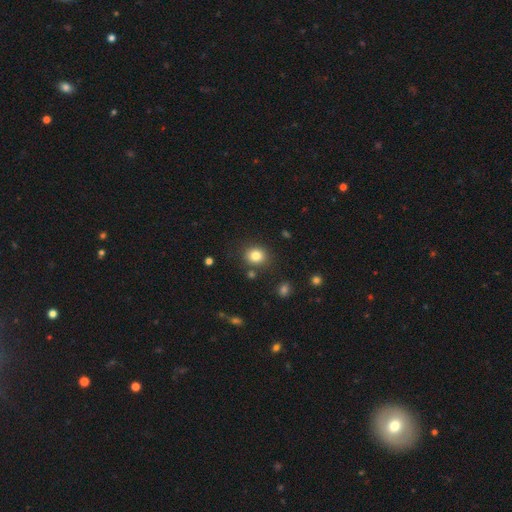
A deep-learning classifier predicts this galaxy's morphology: smooth-or-featured: smooth: 82% | star or artifact: 12% | featured or disk: 7%
  how-rounded: round: 74% | in between: 25% | cigar-shaped: 1%
  merging: none: 83% | minor disturbance: 9% | merger: 4% | major disturbance: 3%